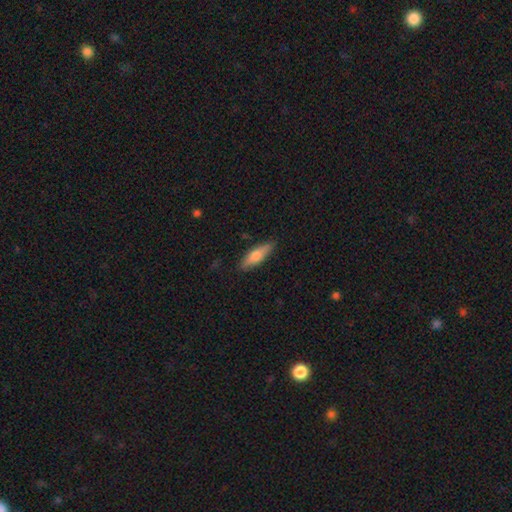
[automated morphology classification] Overall: smooth (67%; featured or disk 27%). How rounded: cigar-shaped (56%; in between 42%). Merging: none (85%).